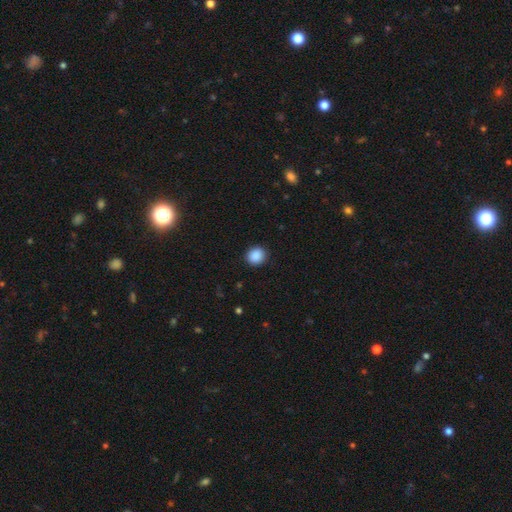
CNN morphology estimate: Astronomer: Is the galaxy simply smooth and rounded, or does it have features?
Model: smooth — 89%.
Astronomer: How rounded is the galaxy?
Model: round — 82%.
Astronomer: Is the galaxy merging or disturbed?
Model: none — 91%.